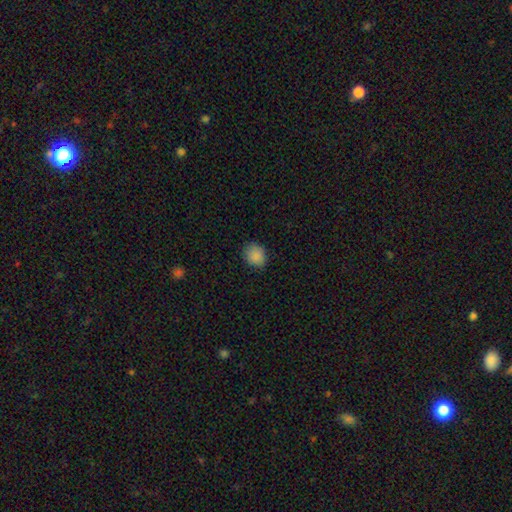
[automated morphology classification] Q: Smooth or featured?
A: smooth (87%); runner-up: star or artifact (9%)
Q: How rounded?
A: round (65%); runner-up: in between (35%)
Q: Merging?
A: none (83%); runner-up: minor disturbance (13%)